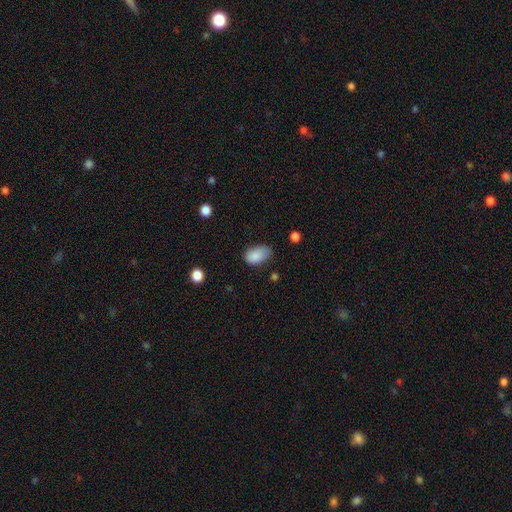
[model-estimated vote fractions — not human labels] Morphology: type=smooth (87%); roundness=in between (90%); merging=none (59%).